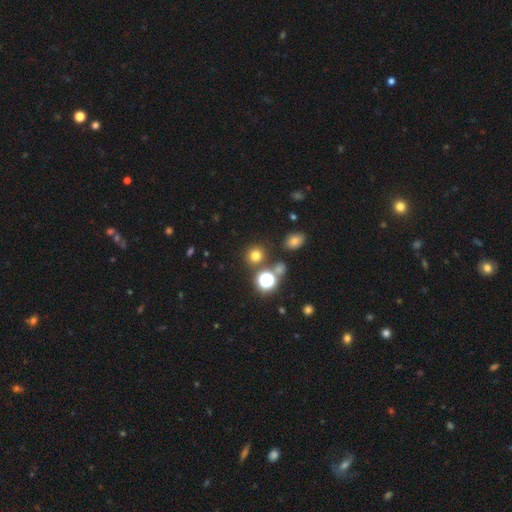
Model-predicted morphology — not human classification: Smooth or featured? Predicted: smooth (p=0.72). How rounded? Predicted: round (p=0.89). Merging? Predicted: none (p=0.82).